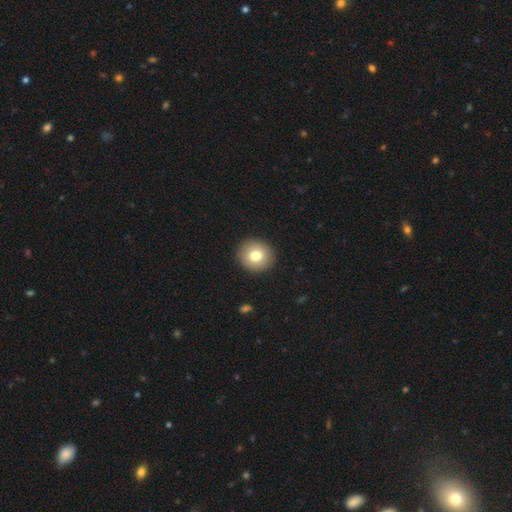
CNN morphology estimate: smooth_or_featured: smooth (p=0.78) [alt: featured or disk p=0.13]
how_rounded: round (p=0.85) [alt: in between p=0.14]
merging: none (p=0.92) [alt: minor disturbance p=0.06]